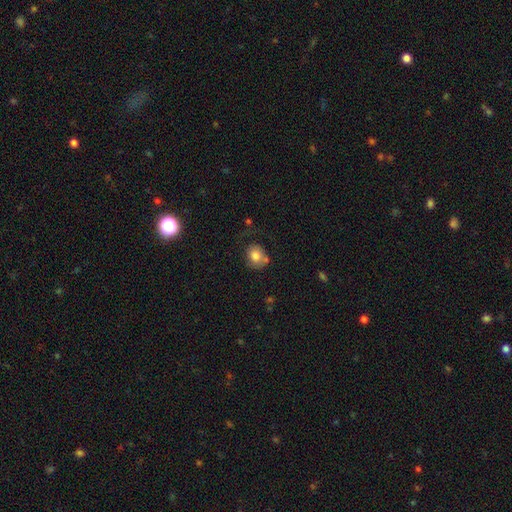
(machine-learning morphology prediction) Q: Smooth or featured?
A: smooth (77%); runner-up: featured or disk (14%)
Q: How rounded?
A: round (68%); runner-up: in between (32%)
Q: Merging?
A: none (51%); runner-up: minor disturbance (23%)